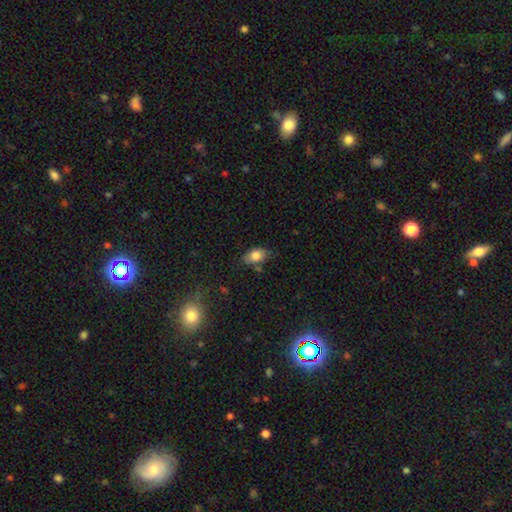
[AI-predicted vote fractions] smooth_or_featured: smooth (p=0.79) [alt: featured or disk p=0.12]
how_rounded: in between (p=0.85) [alt: round p=0.12]
merging: none (p=0.66) [alt: minor disturbance p=0.23]